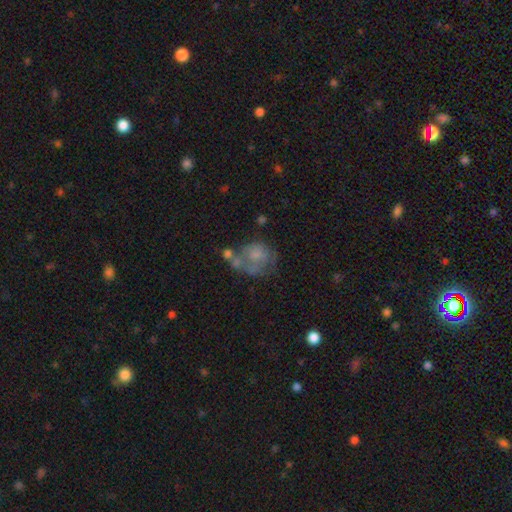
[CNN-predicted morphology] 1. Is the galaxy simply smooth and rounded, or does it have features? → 49% smooth, 40% featured or disk, 11% star or artifact.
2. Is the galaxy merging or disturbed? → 29% none, 27% major disturbance, 24% merger, 20% minor disturbance.